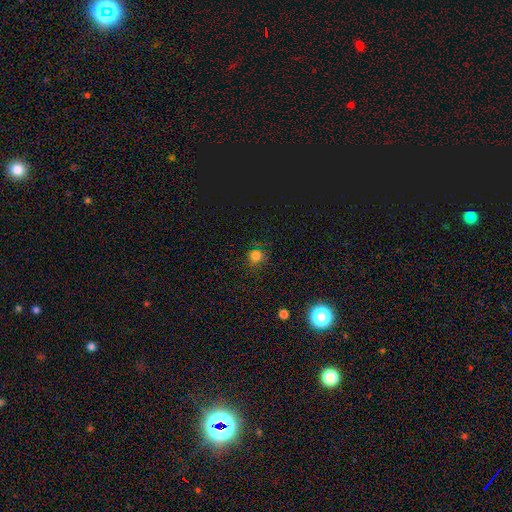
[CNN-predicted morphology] A smooth galaxy with no disk features (73%) that is round (91%).

Vote fractions:
- Smooth or featured? smooth: 73% / star or artifact: 21% / featured or disk: 6%
- How rounded? round: 91% / in between: 8% / cigar-shaped: 1%
- Merging? none: 81% / minor disturbance: 13% / major disturbance: 4% / merger: 2%